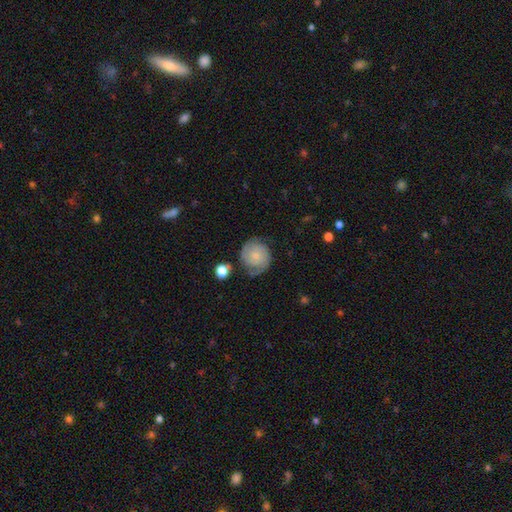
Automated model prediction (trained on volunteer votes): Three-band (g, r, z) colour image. It shows a featured or disk galaxy (62%) with no bar (75%), 2 (75%) tight (56%) spiral arms (92%) and a small central bulge (58%). Merging: none (66%).